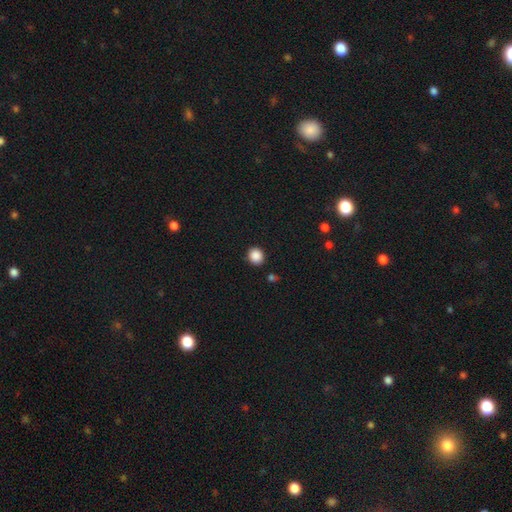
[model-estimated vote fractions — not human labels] This is clearly a smooth galaxy (88%). How rounded: clearly round (83%). Merging: clearly none (89%).